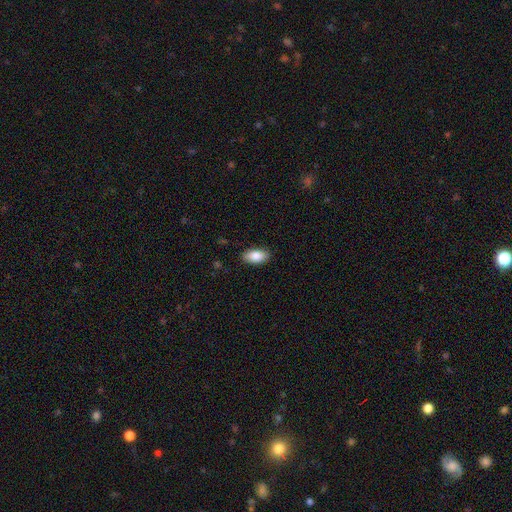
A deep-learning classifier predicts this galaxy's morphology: This appears to be a smooth galaxy with no disk features (86%) that is in between round and cigar-shaped (93%). Merging: none (87%).